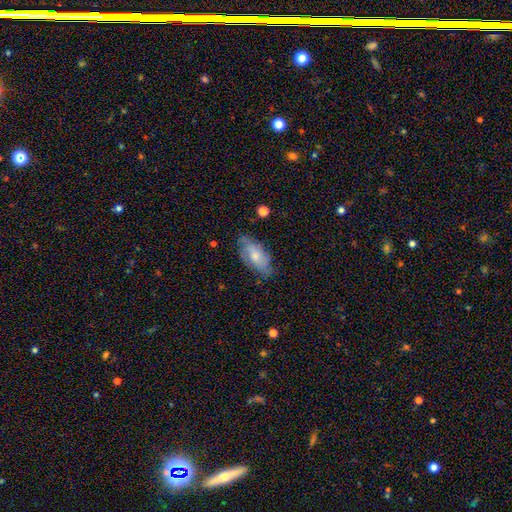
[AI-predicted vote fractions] Q: Smooth or featured?
A: featured or disk (48%); runner-up: smooth (45%)
Q: Merging?
A: none (68%); runner-up: minor disturbance (24%)